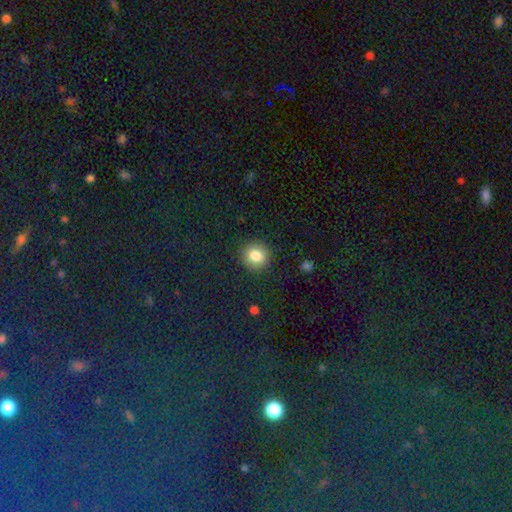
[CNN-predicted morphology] The model was most divided on "smooth or featured": smooth: 83%, star or artifact: 10%, featured or disk: 7%. More confident: merging — none (90%); how rounded — round (89%).